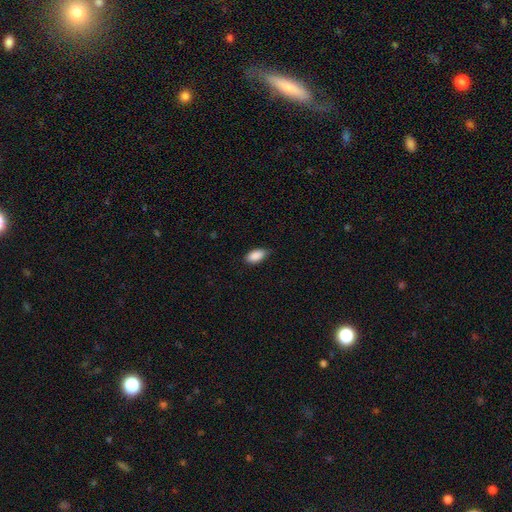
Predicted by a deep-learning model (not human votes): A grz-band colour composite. It shows a smooth galaxy with no disk features (90%) that is in between round and cigar-shaped (93%). Merging: none (79%).